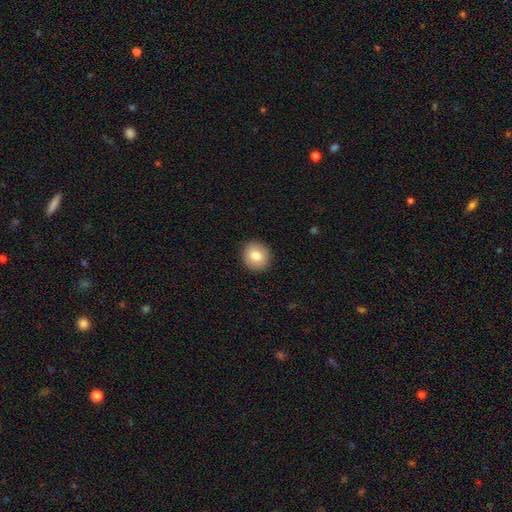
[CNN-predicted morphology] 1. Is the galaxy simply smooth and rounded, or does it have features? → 82% smooth, 10% featured or disk, 8% star or artifact.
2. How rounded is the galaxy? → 81% round, 18% in between, 1% cigar-shaped.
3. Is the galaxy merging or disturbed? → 91% none, 6% minor disturbance, 2% major disturbance, 1% merger.